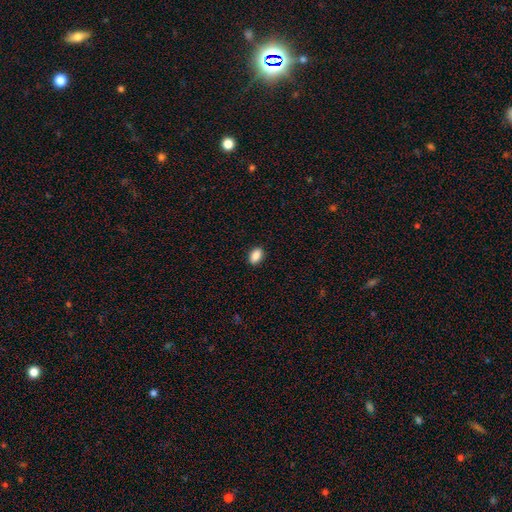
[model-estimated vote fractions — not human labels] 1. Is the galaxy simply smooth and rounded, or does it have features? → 89% smooth, 8% star or artifact, 3% featured or disk.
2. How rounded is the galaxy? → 89% in between, 10% round, 2% cigar-shaped.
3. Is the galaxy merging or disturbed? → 90% none, 7% minor disturbance, 2% major disturbance, 1% merger.